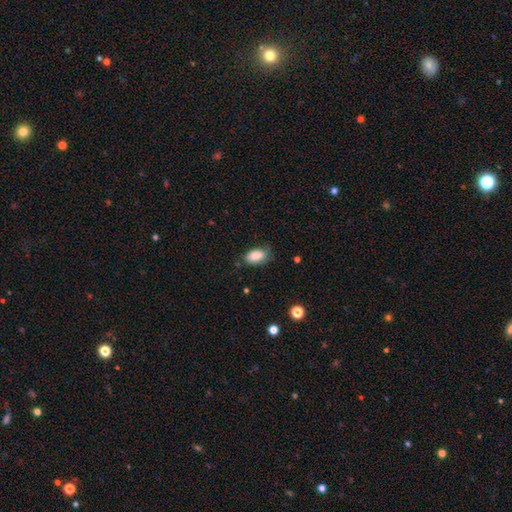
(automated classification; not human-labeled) smooth-or-featured: smooth: 85% | star or artifact: 7% | featured or disk: 7%
  how-rounded: in between: 92% | round: 5% | cigar-shaped: 3%
  merging: none: 65% | minor disturbance: 27% | major disturbance: 6% | merger: 2%